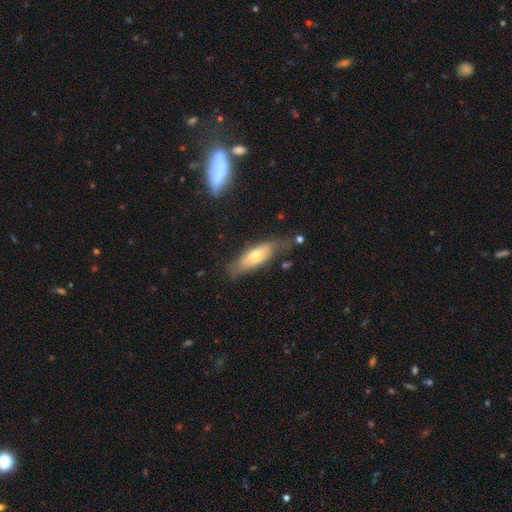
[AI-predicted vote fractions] Smooth or featured? Predicted: smooth (p=0.61). How rounded? Predicted: in between (p=0.62). Merging? Predicted: none (p=0.65).